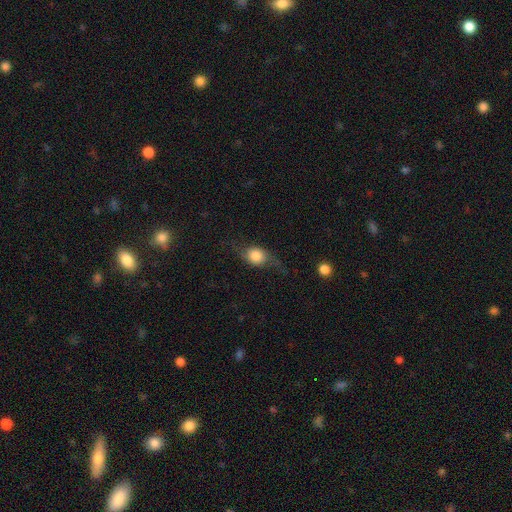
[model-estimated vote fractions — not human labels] A smooth galaxy with no disk features (53%) that is round (59%).

Vote fractions:
- Smooth or featured? smooth: 53% / featured or disk: 38% / star or artifact: 9%
- How rounded? round: 59% / in between: 36% / cigar-shaped: 4%
- Merging? none: 57% / minor disturbance: 25% / major disturbance: 16% / merger: 2%